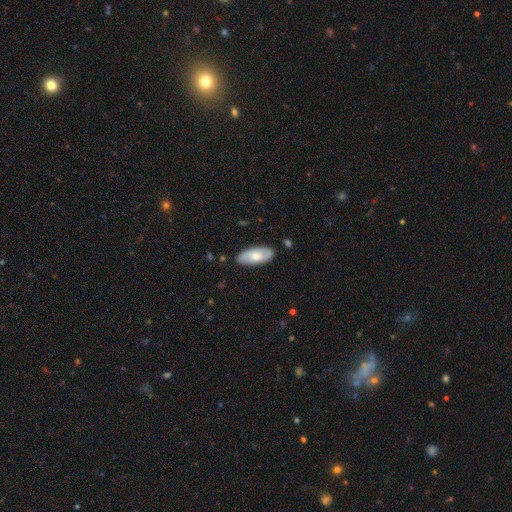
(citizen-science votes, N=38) A smooth galaxy with no disk features (58%) that is in between round and cigar-shaped (91%). Merging: none (84%).